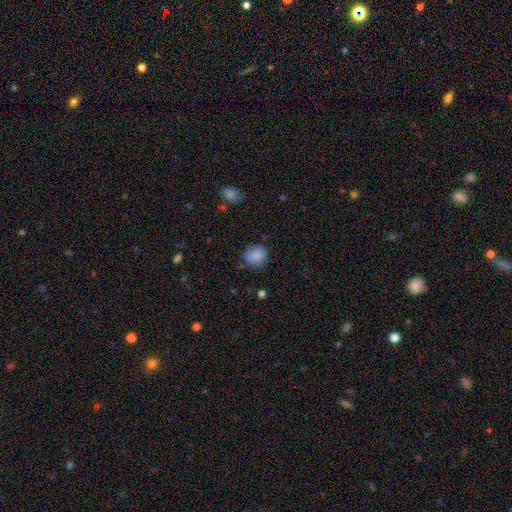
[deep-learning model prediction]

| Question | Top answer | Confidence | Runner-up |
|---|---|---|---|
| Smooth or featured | smooth | 82% | featured or disk (9%) |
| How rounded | round | 75% | in between (24%) |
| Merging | none | 72% | minor disturbance (21%) |